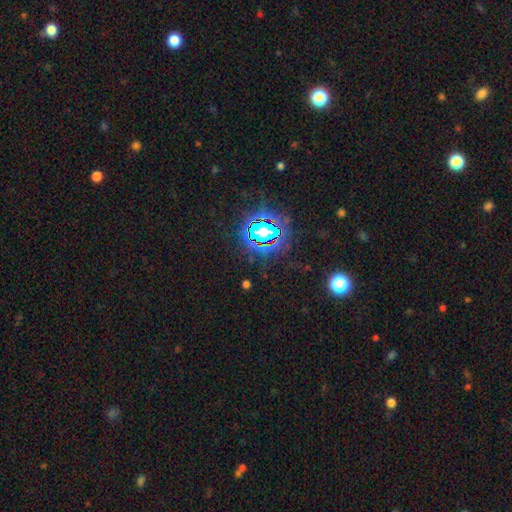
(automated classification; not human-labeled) This is clearly a star or artifact rather than a galaxy (84%).